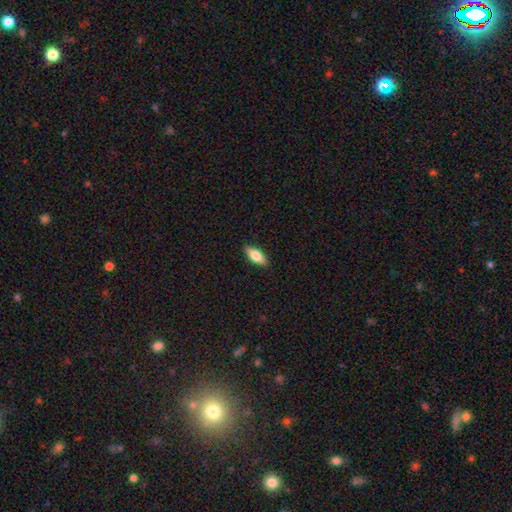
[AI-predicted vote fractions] Smooth or featured? Predicted: smooth (p=0.65). How rounded? Predicted: in between (p=0.74). Merging? Predicted: none (p=0.89).